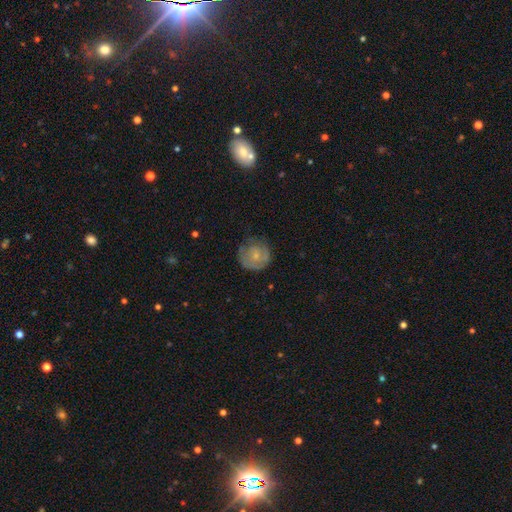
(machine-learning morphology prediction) Q: Smooth or featured?
A: smooth (47%); runner-up: featured or disk (46%)
Q: Merging?
A: none (63%); runner-up: minor disturbance (25%)